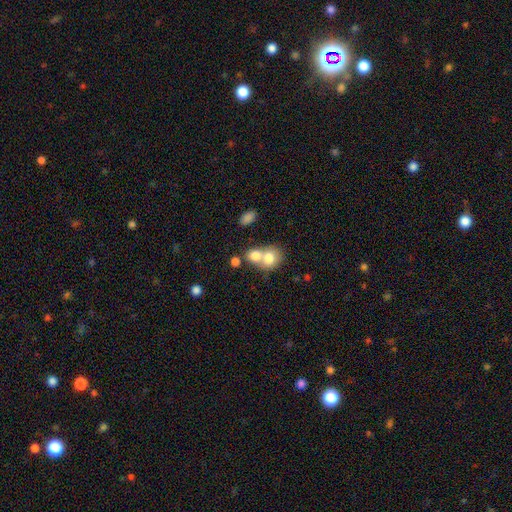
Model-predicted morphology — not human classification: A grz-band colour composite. It shows a smooth galaxy with no disk features (76%) that is round (58%). Merging: merger (65%).